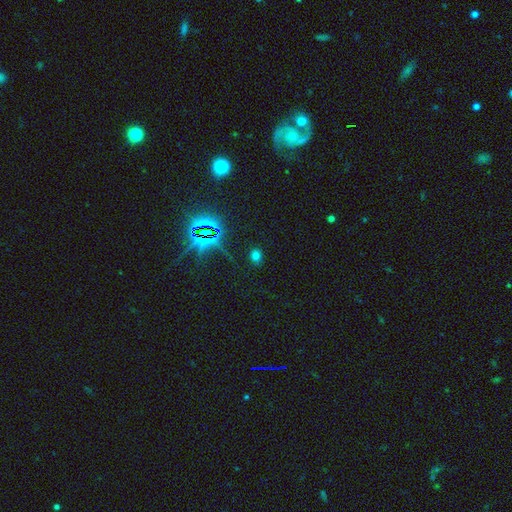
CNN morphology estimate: Overall: smooth (59%; star or artifact 34%). How rounded: round (54%; in between 44%). Merging: none (85%).